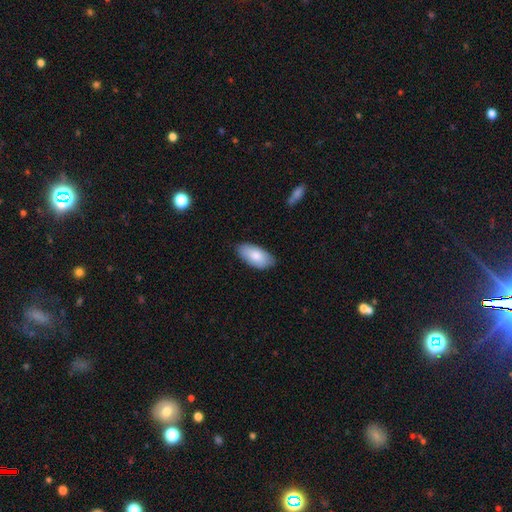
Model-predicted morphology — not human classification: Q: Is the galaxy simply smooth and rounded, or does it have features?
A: smooth — 81%.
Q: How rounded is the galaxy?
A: in between — 94%.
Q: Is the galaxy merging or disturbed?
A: none — 83%.